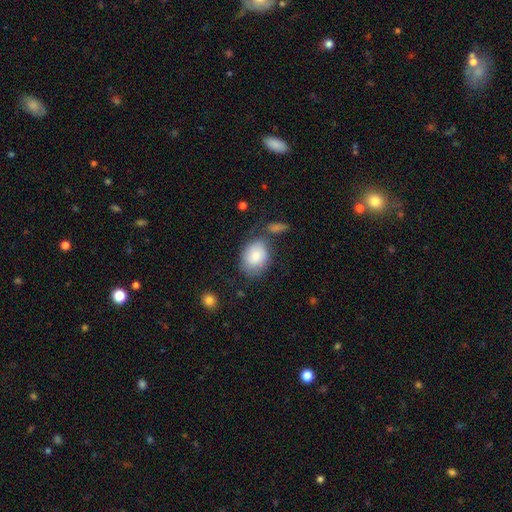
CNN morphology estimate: A smooth galaxy with no disk features (81%) that is in between round and cigar-shaped (66%). Merging: none (55%).